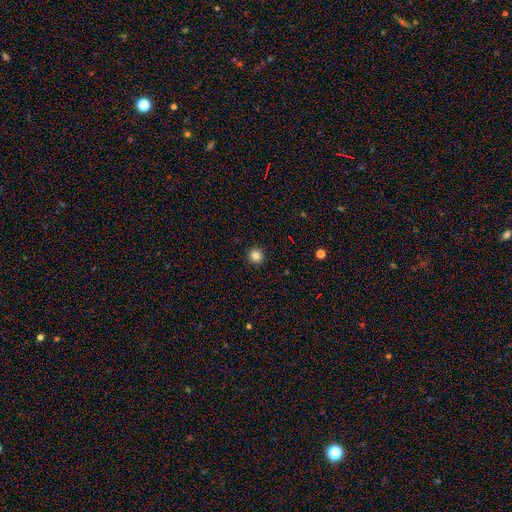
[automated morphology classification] This is clearly a smooth galaxy (84%). How rounded: clearly round (94%). Merging: clearly none (93%).